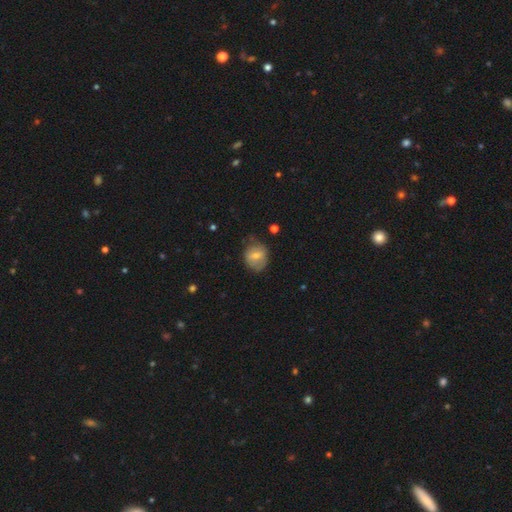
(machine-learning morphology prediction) Smooth or featured? smooth (63%)
How rounded? round (59%)
Merging? none (64%)